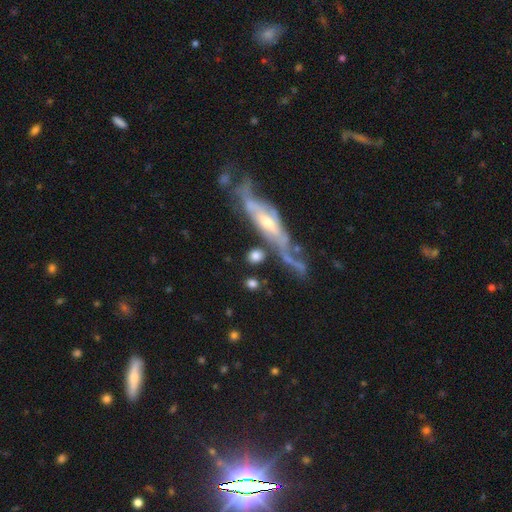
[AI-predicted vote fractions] smooth-or-featured: smooth: 65% | featured or disk: 28% | star or artifact: 7%
  how-rounded: round: 45% | in between: 38% | cigar-shaped: 17%
  merging: none: 59% | merger: 17% | minor disturbance: 14% | major disturbance: 10%